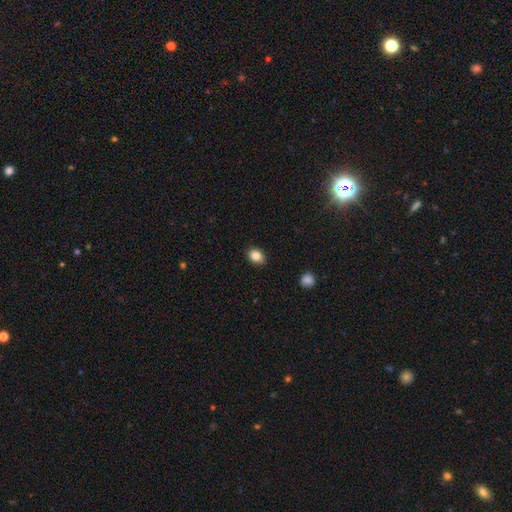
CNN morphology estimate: smooth 84%, star or artifact 10%, featured or disk 6%. Down the decision tree: how rounded — in between (60%); merging — none (86%).